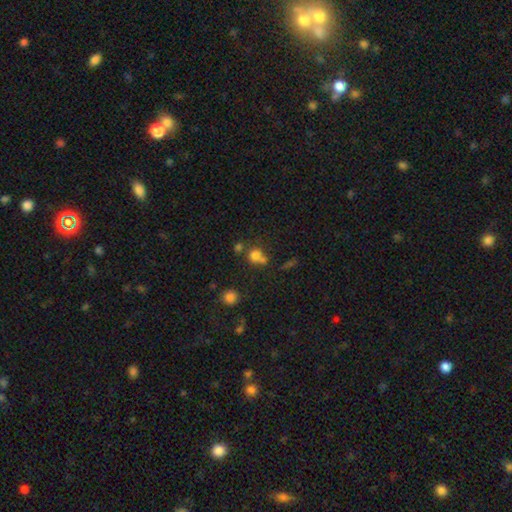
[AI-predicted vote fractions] Smooth or featured?
  - smooth: 74% *
  - star or artifact: 15%
  - featured or disk: 11%
How rounded?
  - round: 81% *
  - in between: 18%
  - cigar-shaped: 1%
Merging?
  - none: 46% *
  - merger: 40%
  - minor disturbance: 9%
  - major disturbance: 5%